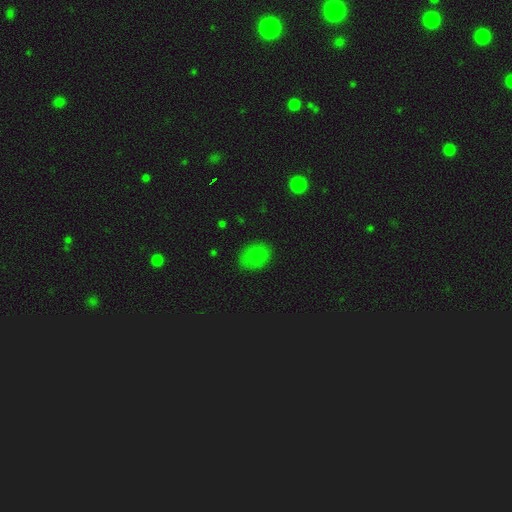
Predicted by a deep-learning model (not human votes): smooth 79%, star or artifact 11%, featured or disk 9%. Down the decision tree: how rounded — in between (58%); merging — none (82%).